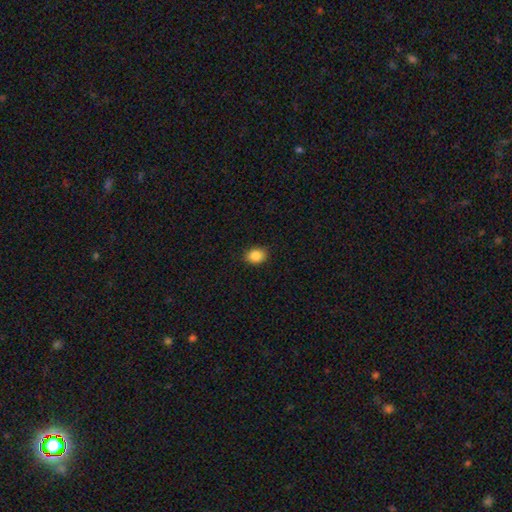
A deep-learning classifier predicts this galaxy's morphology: smooth_or_featured: smooth (p=0.87) [alt: star or artifact p=0.09]
how_rounded: in between (p=0.59) [alt: round p=0.40]
merging: none (p=0.88) [alt: minor disturbance p=0.09]